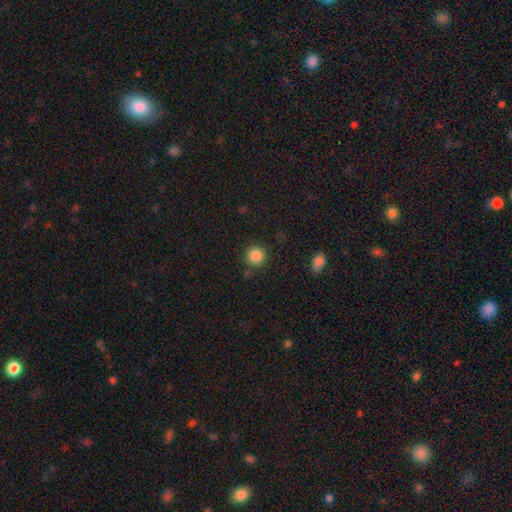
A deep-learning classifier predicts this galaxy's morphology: Smooth or featured? Predicted: smooth (p=0.87). How rounded? Predicted: round (p=0.94). Merging? Predicted: none (p=0.85).